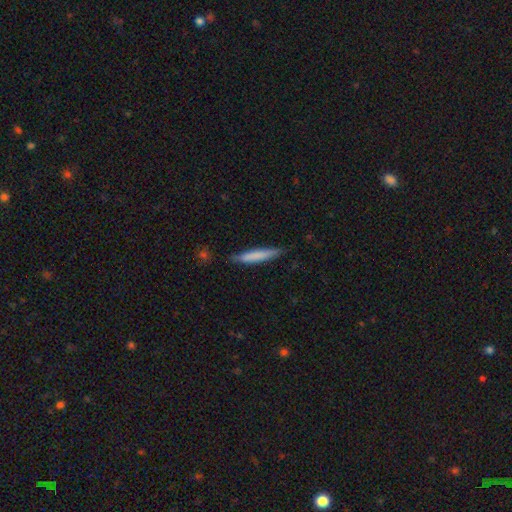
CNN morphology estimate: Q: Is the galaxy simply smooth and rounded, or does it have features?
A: smooth — 73%.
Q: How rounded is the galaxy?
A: cigar-shaped — 93%.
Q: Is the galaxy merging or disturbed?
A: none — 82%.